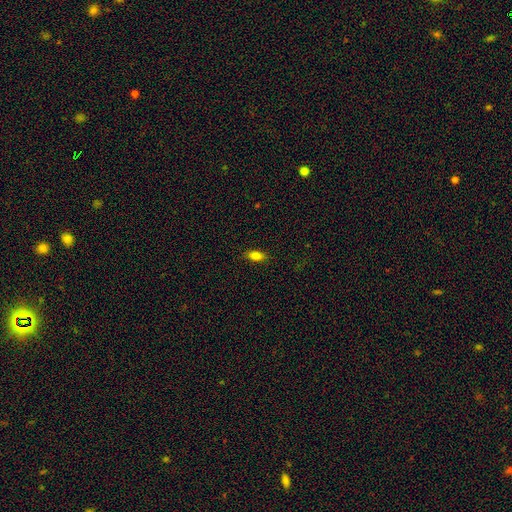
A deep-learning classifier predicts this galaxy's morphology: This is clearly a smooth galaxy (82%). How rounded: clearly in between (85%). Merging: clearly none (87%).